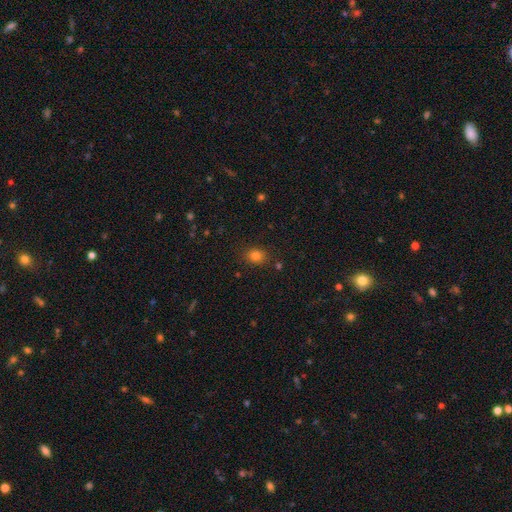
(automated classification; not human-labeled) Smooth or featured? smooth (80%)
How rounded? round (52%)
Merging? none (85%)